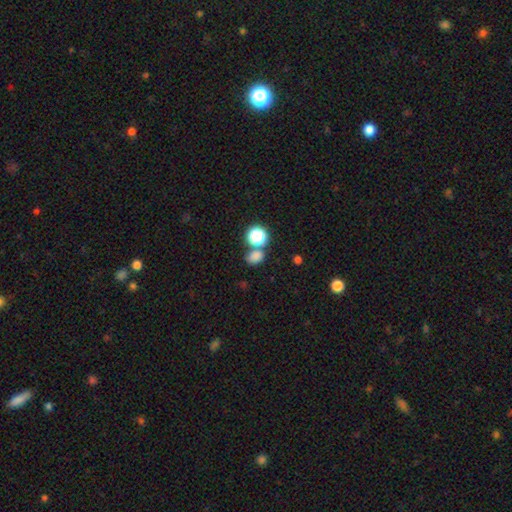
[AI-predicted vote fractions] smooth 75%, star or artifact 19%, featured or disk 5%. Down the decision tree: how rounded — in between (51%); merging — none (63%).